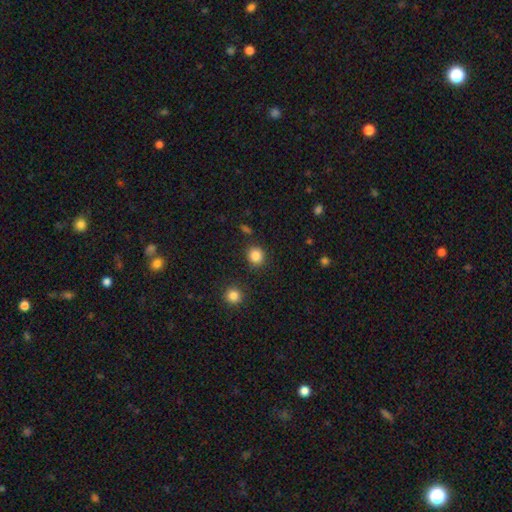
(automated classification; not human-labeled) A smooth galaxy with no disk features (86%) that is round (87%). Merging: none (87%).